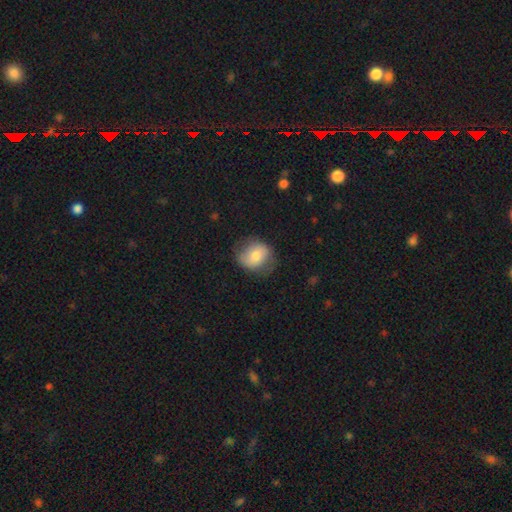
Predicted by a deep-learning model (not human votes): smooth-or-featured: smooth: 65% | featured or disk: 28% | star or artifact: 7%
  how-rounded: round: 66% | in between: 33% | cigar-shaped: 1%
  merging: none: 65% | minor disturbance: 25% | major disturbance: 9% | merger: 1%